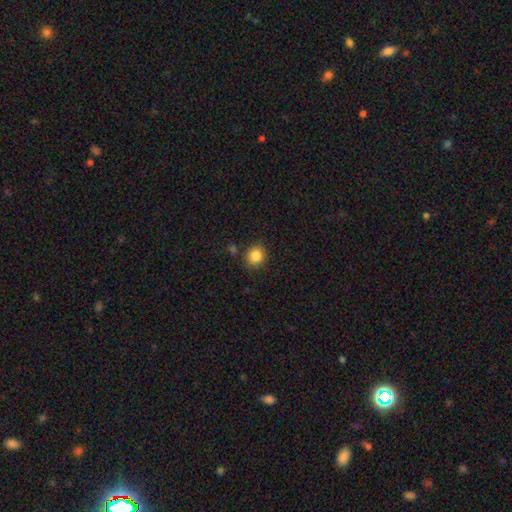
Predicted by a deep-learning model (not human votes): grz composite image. It shows a smooth galaxy with no disk features (85%) that is round (82%). Merging: none (83%).